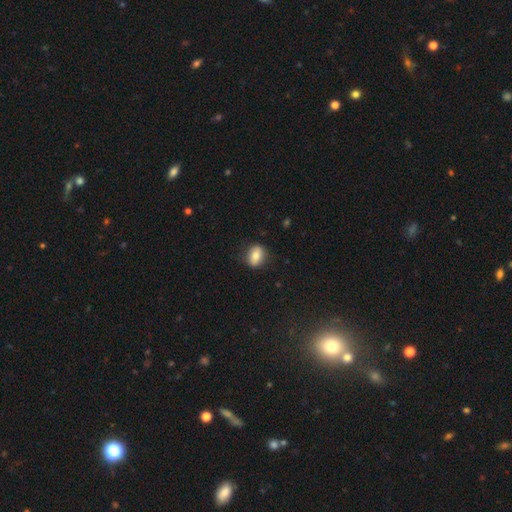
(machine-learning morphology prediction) A smooth galaxy with no disk features (75%) that is in between round and cigar-shaped (65%).

Vote fractions:
- Smooth or featured? smooth: 75% / featured or disk: 17% / star or artifact: 8%
- How rounded? in between: 65% / round: 32% / cigar-shaped: 3%
- Merging? none: 83% / minor disturbance: 13% / major disturbance: 3% / merger: 1%